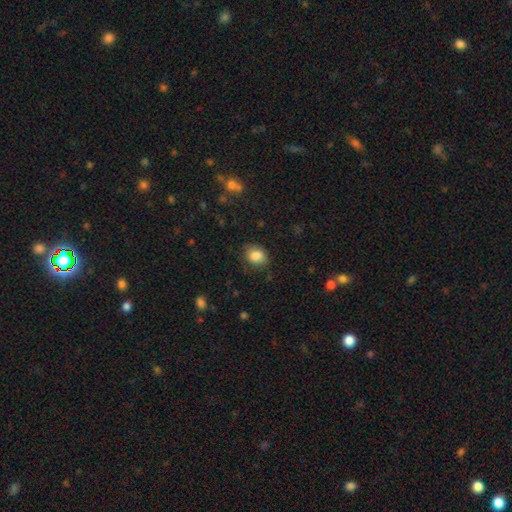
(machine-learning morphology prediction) smooth_or_featured: smooth (p=0.85) [alt: star or artifact p=0.09]
how_rounded: in between (p=0.55) [alt: round p=0.44]
merging: none (p=0.75) [alt: minor disturbance p=0.19]